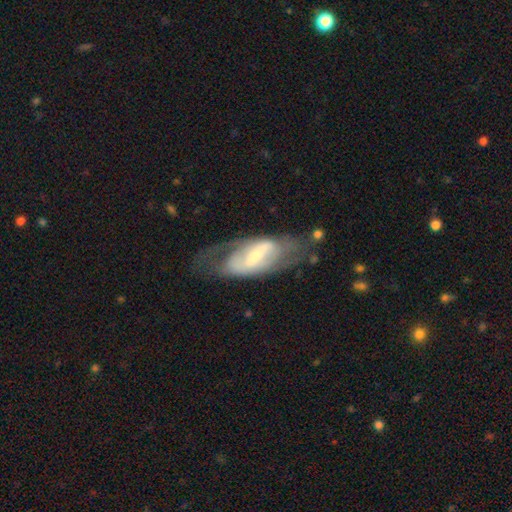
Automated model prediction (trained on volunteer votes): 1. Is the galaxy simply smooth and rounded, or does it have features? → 74% featured or disk, 20% smooth, 6% star or artifact.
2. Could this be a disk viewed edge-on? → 87% no, 13% yes.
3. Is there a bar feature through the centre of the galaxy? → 64% strong, 28% weak, 9% no.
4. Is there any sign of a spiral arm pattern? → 68% yes, 32% no.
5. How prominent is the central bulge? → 45% small, 34% moderate, 10% large, 8% none, 2% dominant.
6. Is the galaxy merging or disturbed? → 58% none, 21% minor disturbance, 18% major disturbance, 3% merger.